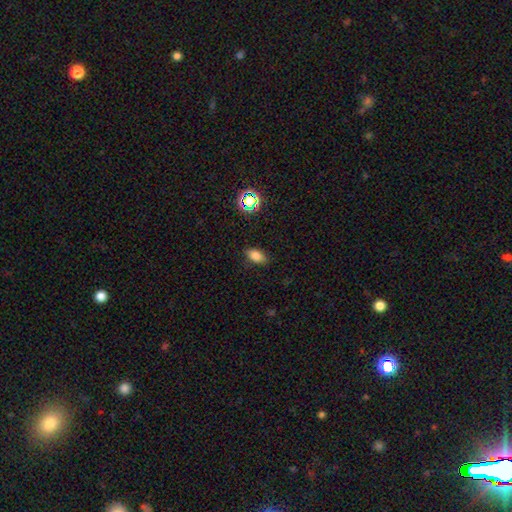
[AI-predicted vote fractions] A smooth galaxy with no disk features (80%) that is in between round and cigar-shaped (88%). Merging: none (84%).